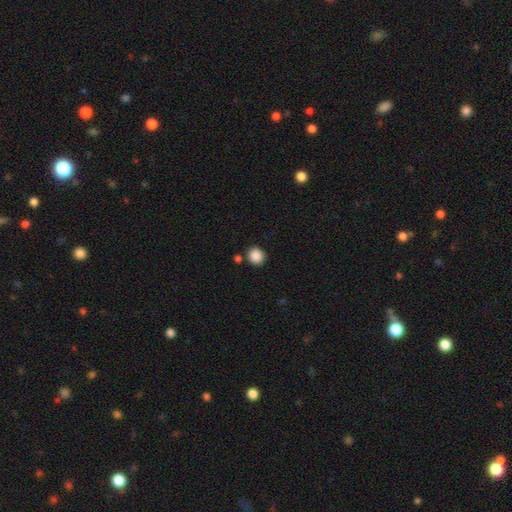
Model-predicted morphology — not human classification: Overall: smooth (88%). How rounded: round (81%). Merging: none (83%).